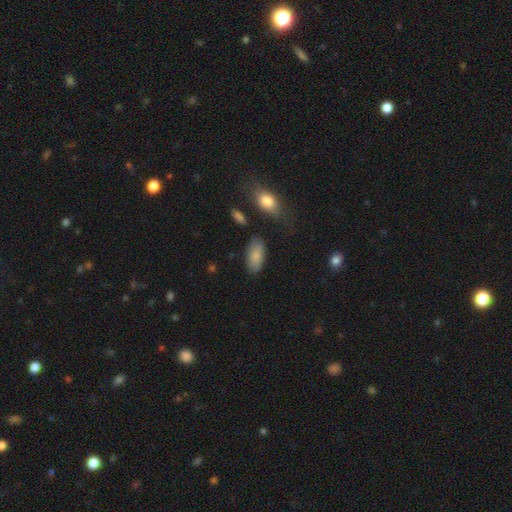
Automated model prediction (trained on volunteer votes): The model was most divided on "merging": none: 74%, minor disturbance: 17%, major disturbance: 4%, merger: 4%. More confident: how rounded — in between (92%); smooth or featured — smooth (84%).